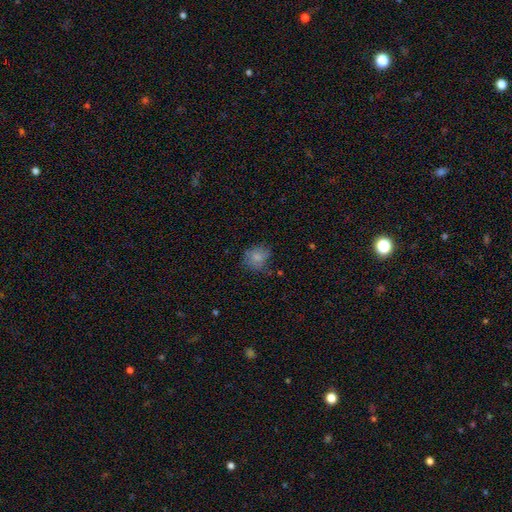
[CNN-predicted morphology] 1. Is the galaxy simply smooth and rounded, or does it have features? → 67% smooth, 17% star or artifact, 16% featured or disk.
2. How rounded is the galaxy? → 77% round, 22% in between, 1% cigar-shaped.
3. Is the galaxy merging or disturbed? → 72% none, 20% minor disturbance, 6% major disturbance, 2% merger.